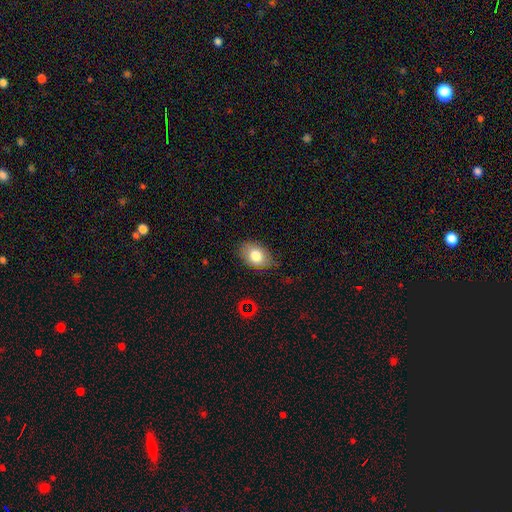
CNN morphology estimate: A smooth galaxy with no disk features (78%) that is in between round and cigar-shaped (81%).

Vote fractions:
- Smooth or featured? smooth: 78% / featured or disk: 13% / star or artifact: 9%
- How rounded? in between: 81% / round: 18% / cigar-shaped: 1%
- Merging? none: 72% / minor disturbance: 22% / major disturbance: 5% / merger: 1%